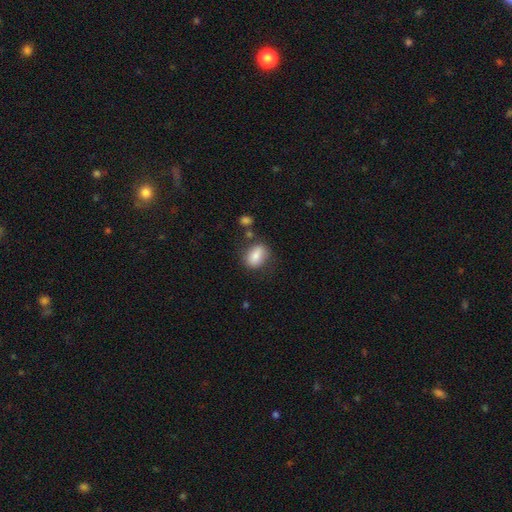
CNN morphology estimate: Overall: smooth (82%). How rounded: in between (78%). Merging: none (68%).